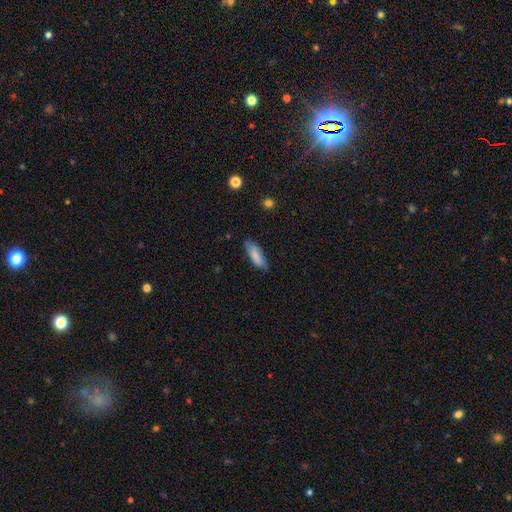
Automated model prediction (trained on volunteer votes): smooth 81%, featured or disk 13%, star or artifact 6%. Down the decision tree: how rounded — in between (64%); merging — none (74%).